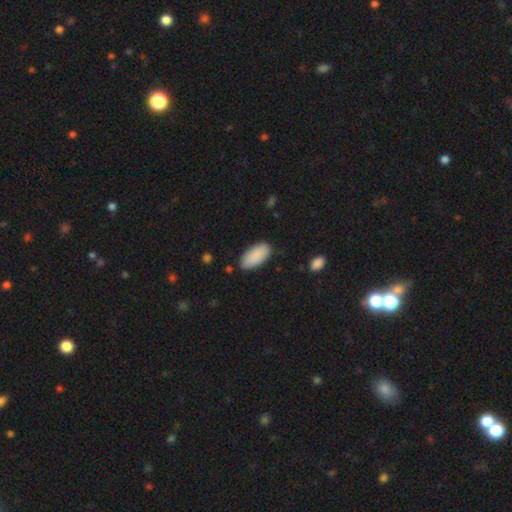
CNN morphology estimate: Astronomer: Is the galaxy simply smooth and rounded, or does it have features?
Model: smooth — 90%.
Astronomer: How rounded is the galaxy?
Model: in between — 92%.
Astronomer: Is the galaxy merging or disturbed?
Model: none — 84%.